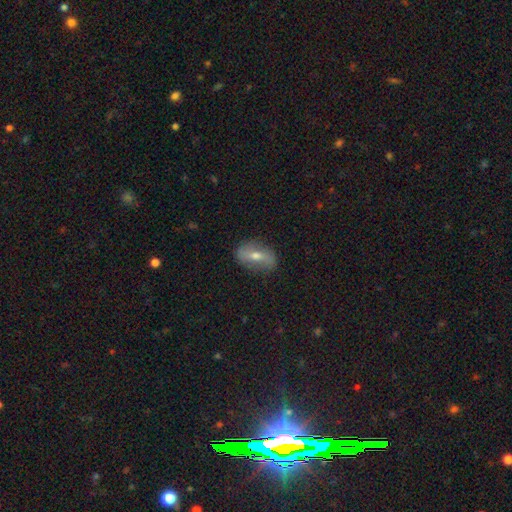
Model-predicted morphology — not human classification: smooth-or-featured: featured or disk: 53% | smooth: 37% | star or artifact: 10%
  disk-edge-on: no: 81% | yes: 19%
  merging: none: 80% | minor disturbance: 15% | major disturbance: 4% | merger: 1%